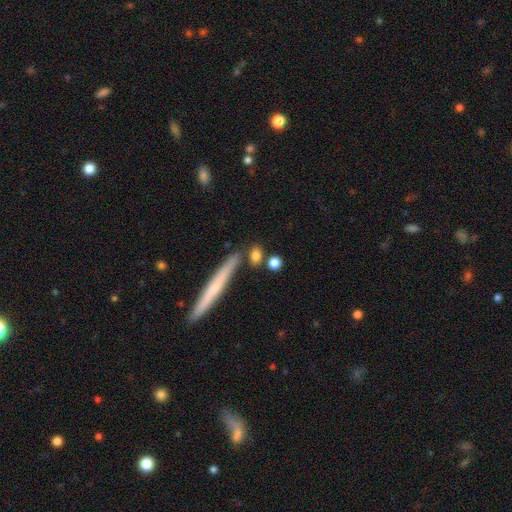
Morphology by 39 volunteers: smooth 67%, featured or disk 31%, star or artifact 3%. Down the decision tree: how rounded — in between (73%); merging — none (76%).